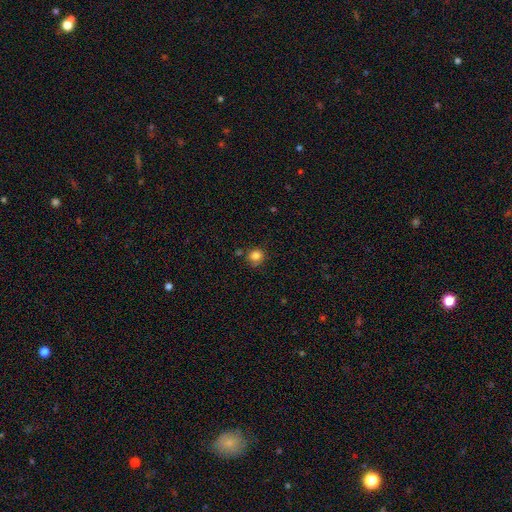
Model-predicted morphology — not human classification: smooth_or_featured: smooth (p=0.84) [alt: star or artifact p=0.11]
how_rounded: round (p=0.84) [alt: in between p=0.15]
merging: none (p=0.71) [alt: minor disturbance p=0.19]